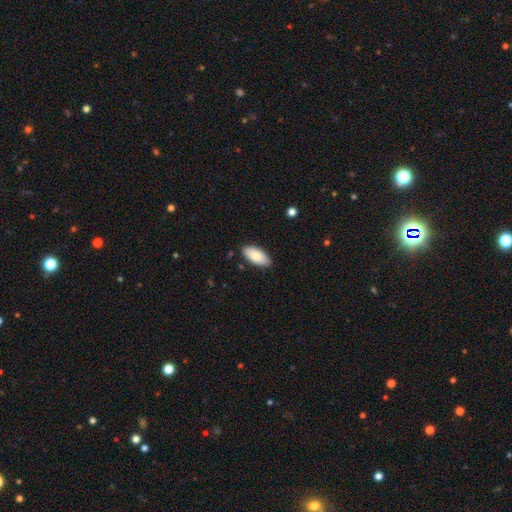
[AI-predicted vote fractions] smooth_or_featured: smooth (p=0.80) [alt: featured or disk p=0.14]
how_rounded: in between (p=0.90) [alt: cigar-shaped p=0.08]
merging: none (p=0.86) [alt: minor disturbance p=0.11]